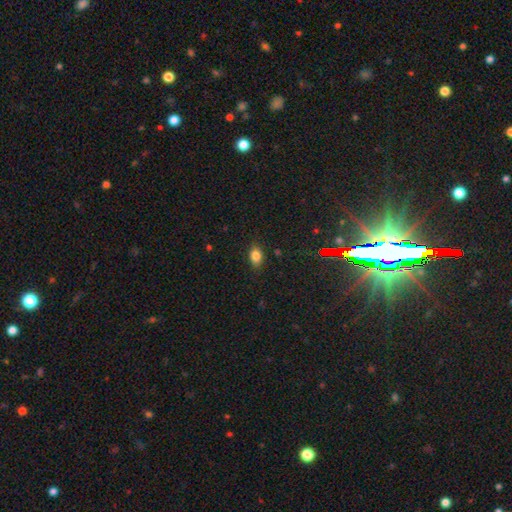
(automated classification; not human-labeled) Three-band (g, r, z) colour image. It shows a smooth galaxy with no disk features (82%) that is in between round and cigar-shaped (82%). Merging: none (85%).